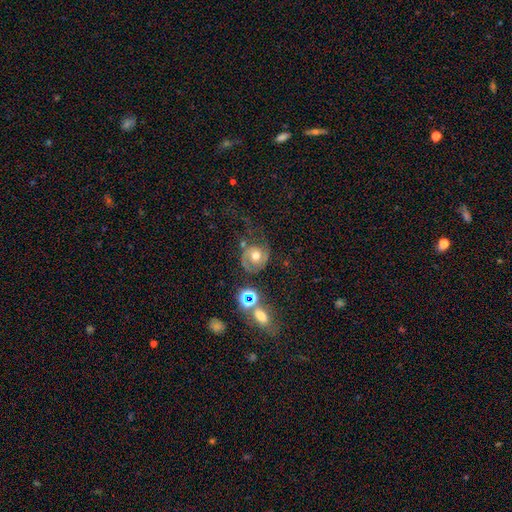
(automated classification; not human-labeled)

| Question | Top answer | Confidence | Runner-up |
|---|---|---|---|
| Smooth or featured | featured or disk | 53% | smooth (35%) |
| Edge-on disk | no | 97% | yes (3%) |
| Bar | no | 78% | weak (17%) |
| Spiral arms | yes | 73% | no (27%) |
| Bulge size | moderate | 72% | large (17%) |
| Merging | none | 52% | minor disturbance (21%) |